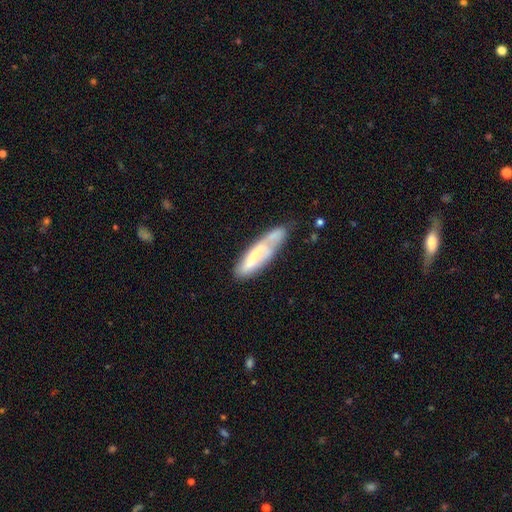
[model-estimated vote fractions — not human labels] smooth_or_featured: smooth (p=0.55) [alt: featured or disk p=0.38]
how_rounded: cigar-shaped (p=0.62) [alt: in between p=0.36]
merging: none (p=0.45) [alt: minor disturbance p=0.30]